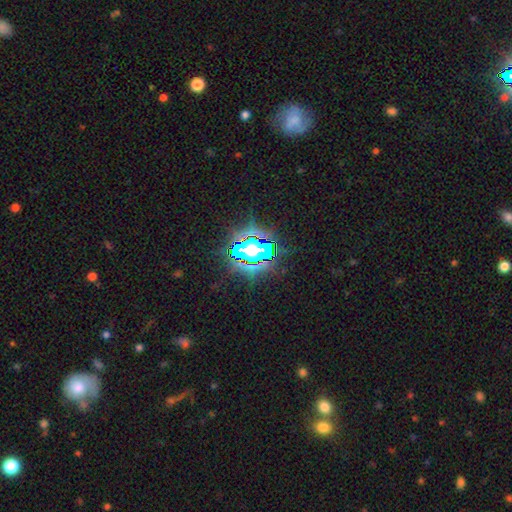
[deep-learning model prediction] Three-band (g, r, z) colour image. It shows a star or artifact, not a galaxy (70%).